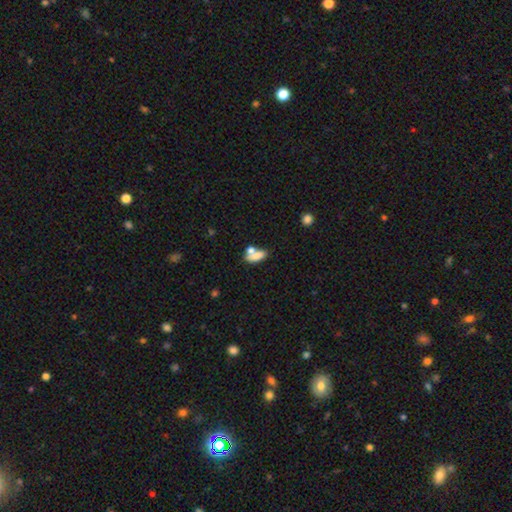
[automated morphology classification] The model was most divided on "merging": merger: 43%, none: 37%, minor disturbance: 13%, major disturbance: 6%. More confident: how rounded — in between (79%); smooth or featured — smooth (73%).